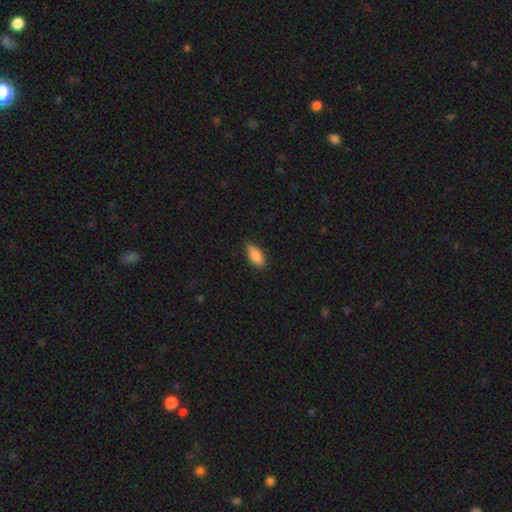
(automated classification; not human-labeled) This is clearly a smooth galaxy (86%). How rounded: clearly in between (88%). Merging: clearly none (84%).